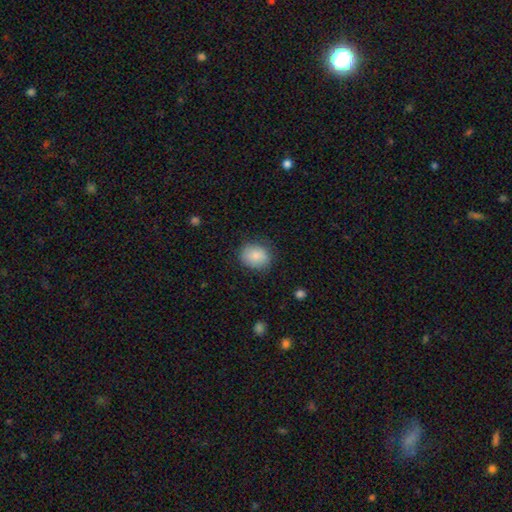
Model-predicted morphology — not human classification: Overall: smooth (84%). How rounded: round (60%; in between 40%). Merging: none (78%).